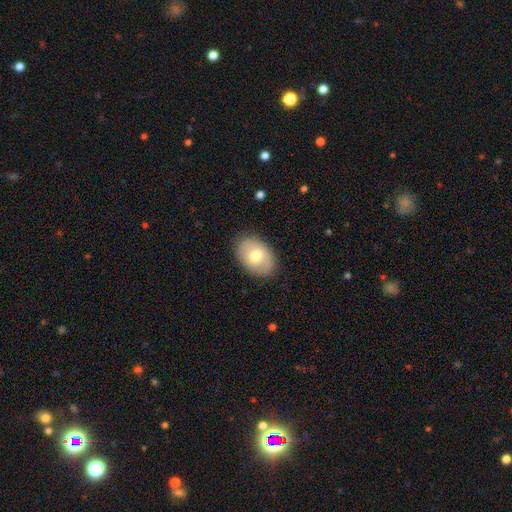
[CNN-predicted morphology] A smooth galaxy with no disk features (68%) that is in between round and cigar-shaped (85%). Merging: none (86%).